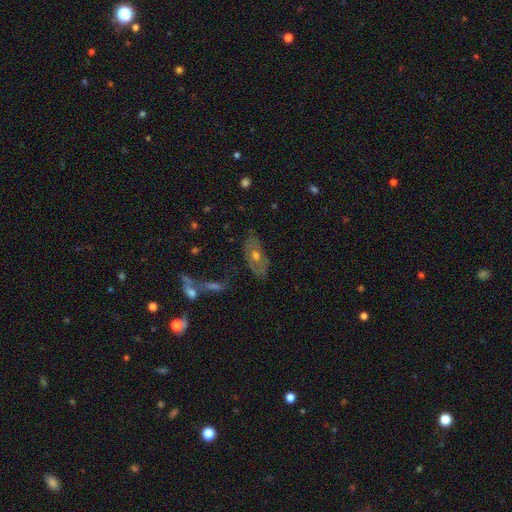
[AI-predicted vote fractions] Q: Smooth or featured?
A: featured or disk (56%); runner-up: smooth (34%)
Q: Edge-on disk?
A: no (80%); runner-up: yes (20%)
Q: Merging?
A: none (70%); runner-up: minor disturbance (19%)